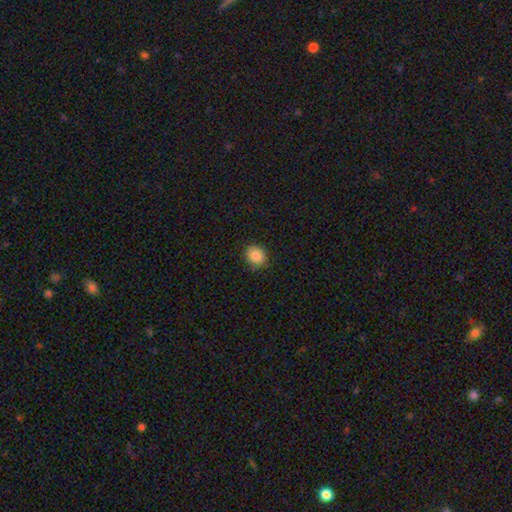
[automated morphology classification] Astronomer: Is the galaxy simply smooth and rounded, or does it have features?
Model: smooth — 85%.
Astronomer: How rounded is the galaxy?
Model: round — 68%.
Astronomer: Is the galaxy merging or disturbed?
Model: none — 88%.